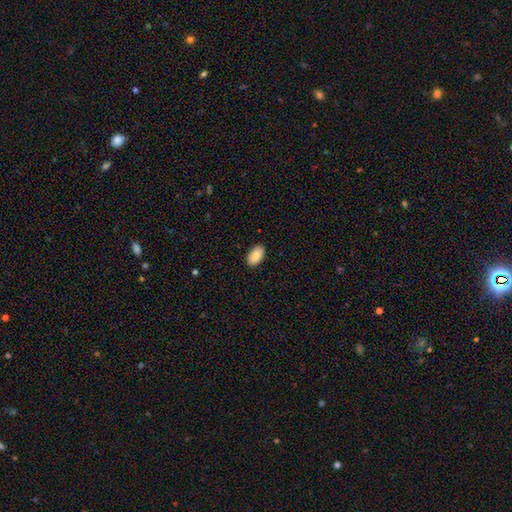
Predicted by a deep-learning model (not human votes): This appears to be a smooth galaxy with no disk features (88%) that is in between round and cigar-shaped (95%). Merging: none (90%).